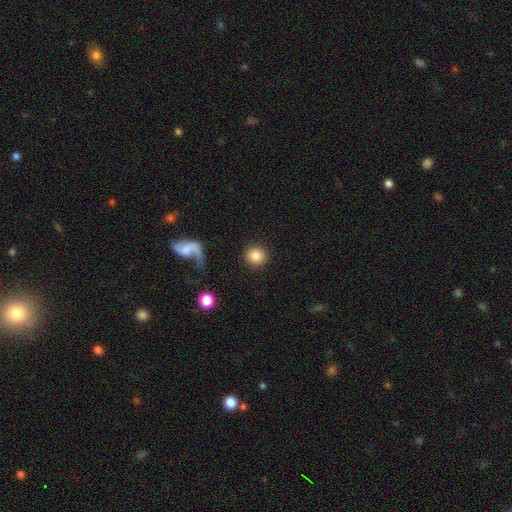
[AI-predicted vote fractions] Overall: smooth (83%). How rounded: round (93%). Merging: none (89%).